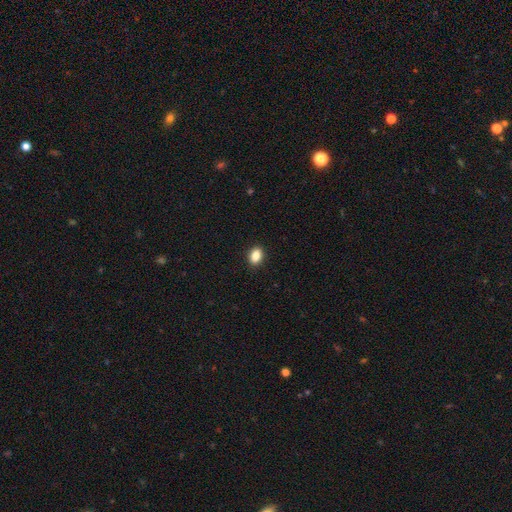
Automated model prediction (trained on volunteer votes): Smooth or featured?
  - smooth: 88% *
  - star or artifact: 9%
  - featured or disk: 3%
How rounded?
  - in between: 79% *
  - round: 20%
  - cigar-shaped: 2%
Merging?
  - none: 90% *
  - minor disturbance: 7%
  - major disturbance: 2%
  - merger: 1%